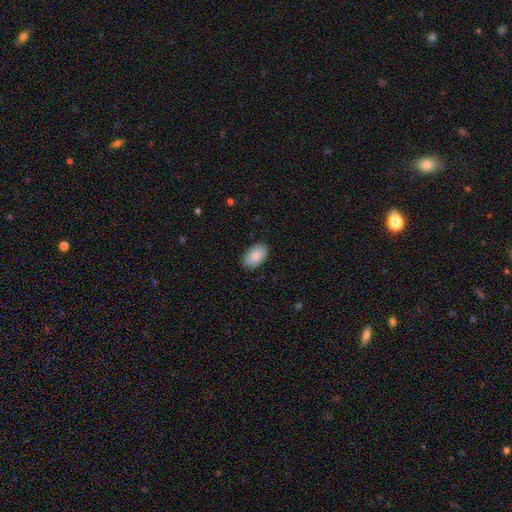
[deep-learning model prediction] smooth 84%, featured or disk 10%, star or artifact 6%. Down the decision tree: how rounded — in between (94%); merging — none (88%).